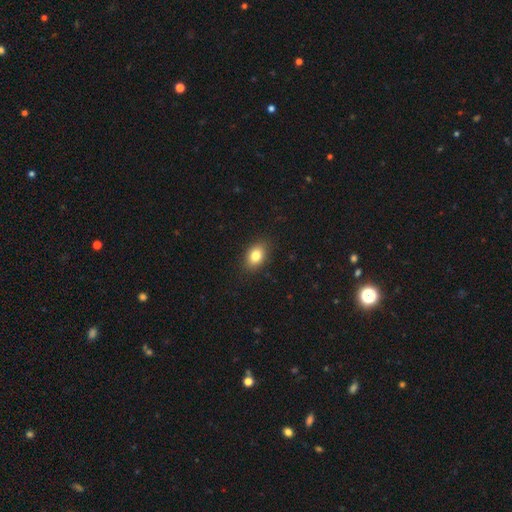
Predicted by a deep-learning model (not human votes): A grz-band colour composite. It shows a smooth galaxy with no disk features (82%) that is in between round and cigar-shaped (80%). Merging: none (87%).